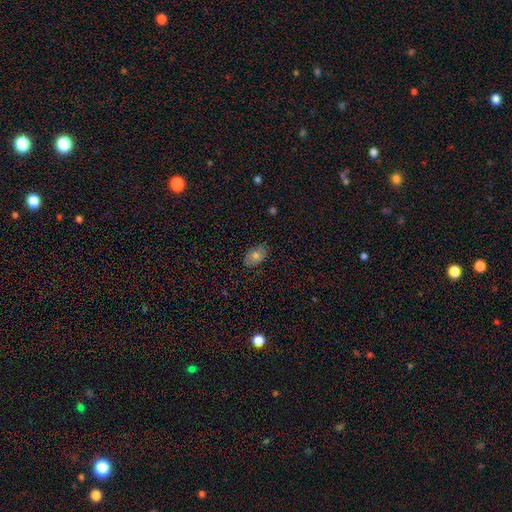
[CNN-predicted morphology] This is likely a smooth galaxy (64%). How rounded: clearly in between (85%). Merging: clearly none (82%).